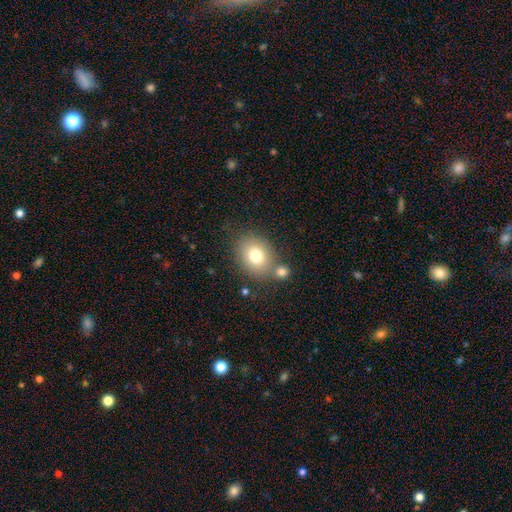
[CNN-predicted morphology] Smooth or featured? Predicted: smooth (p=0.77). How rounded? Predicted: round (p=0.53). Merging? Predicted: none (p=0.65).